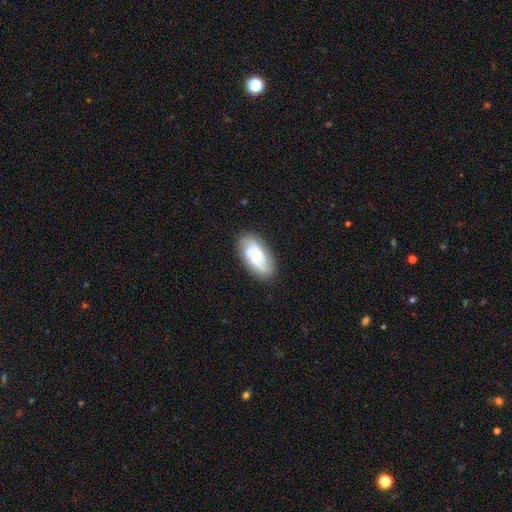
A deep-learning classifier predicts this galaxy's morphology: smooth-or-featured: featured or disk: 60% | smooth: 33% | star or artifact: 7%
  disk-edge-on: no: 95% | yes: 5%
    bar: no: 52% | weak: 39% | strong: 9%
    has-spiral-arms: yes: 92% | no: 8%
      spiral-winding: medium: 45% | loose: 29% | tight: 26%
      spiral-arm-count: 2: 54% | 3: 21% | can't tell: 15% | 1: 4% | 4: 3% | more than 4: 2%
    bulge-size: small: 39% | moderate: 33% | none: 14% | large: 11% | dominant: 2%
  merging: none: 78% | minor disturbance: 15% | major disturbance: 5% | merger: 2%